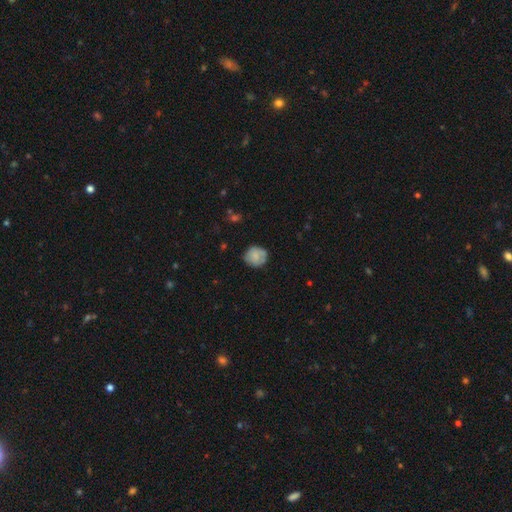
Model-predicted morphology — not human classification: Smooth or featured? Predicted: smooth (p=0.75). How rounded? Predicted: round (p=0.83). Merging? Predicted: none (p=0.72).